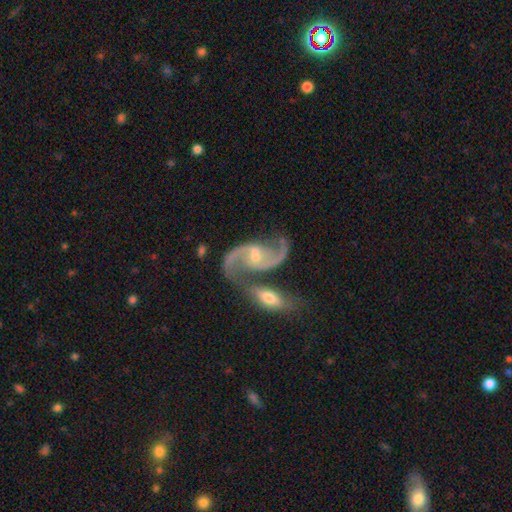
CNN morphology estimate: Smooth or featured? Predicted: featured or disk (p=0.92). Edge-on disk? Predicted: no (p=0.97). Bar? Predicted: weak (p=0.47). Spiral arms? Predicted: yes (p=0.97). Spiral winding? Predicted: loose (p=0.48). Spiral arm count? Predicted: 2 (p=0.93). Bulge size? Predicted: small (p=0.56). Merging? Predicted: none (p=0.42).